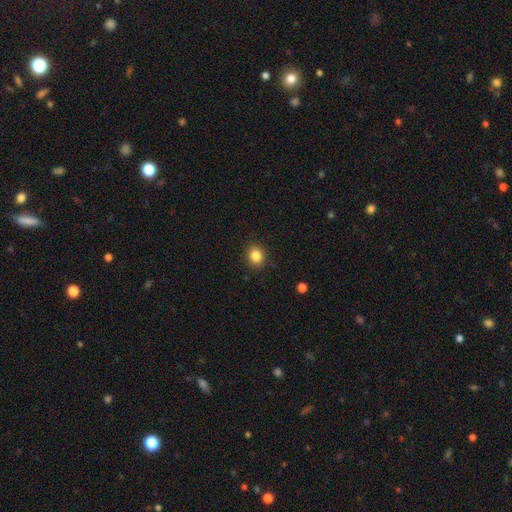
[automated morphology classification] type=smooth (85%); roundness=round (65%); merging=none (89%).